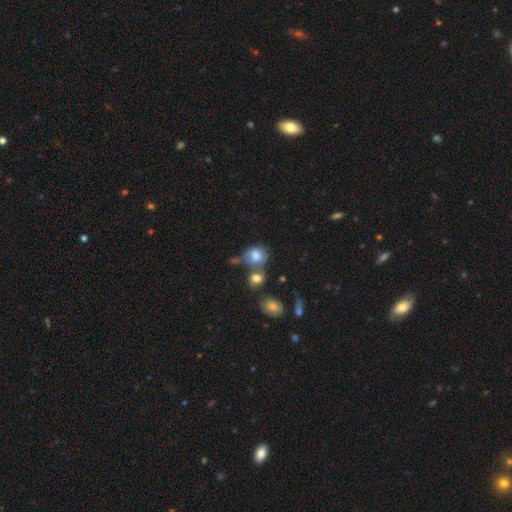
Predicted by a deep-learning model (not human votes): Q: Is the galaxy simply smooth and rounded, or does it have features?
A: smooth — 73%.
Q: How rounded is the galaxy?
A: in between — 56%.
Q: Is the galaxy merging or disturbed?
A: merger — 34%, tied with none.